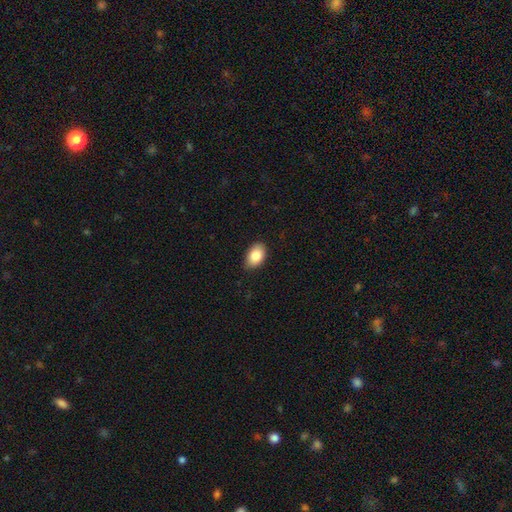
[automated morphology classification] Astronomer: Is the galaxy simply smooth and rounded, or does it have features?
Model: smooth — 85%.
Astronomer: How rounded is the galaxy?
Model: in between — 89%.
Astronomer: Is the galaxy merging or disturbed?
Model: none — 83%.